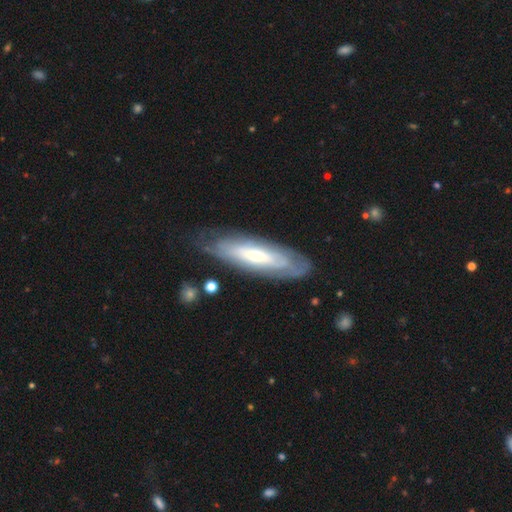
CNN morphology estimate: smooth-or-featured: featured or disk: 67% | smooth: 27% | star or artifact: 6%
  disk-edge-on: no: 72% | yes: 28%
  merging: none: 74% | minor disturbance: 17% | major disturbance: 6% | merger: 2%